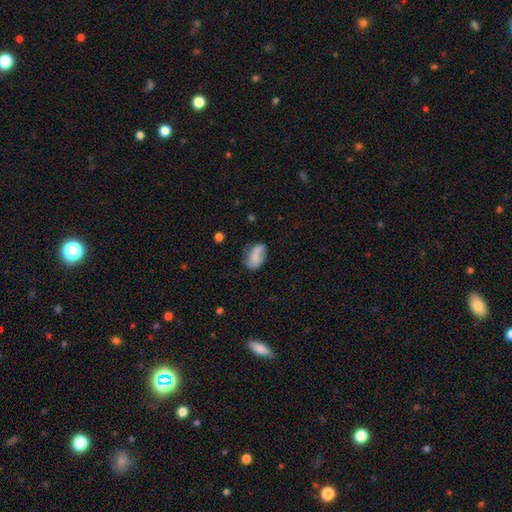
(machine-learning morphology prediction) Overall: smooth (70%). How rounded: in between (87%). Merging: none (48%; minor disturbance 28%).